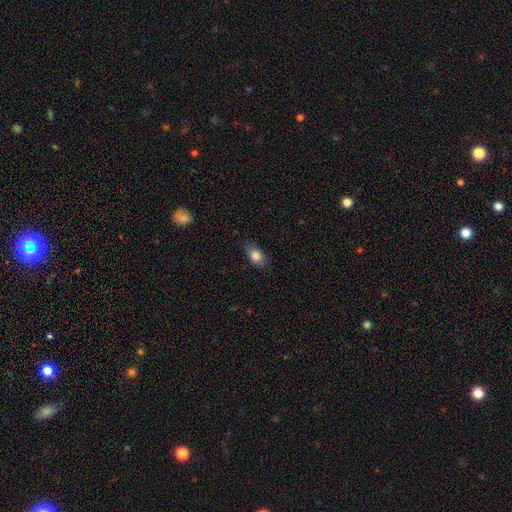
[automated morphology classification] This appears to be a smooth galaxy with no disk features (81%) that is in between round and cigar-shaped (86%). Merging: none (82%).